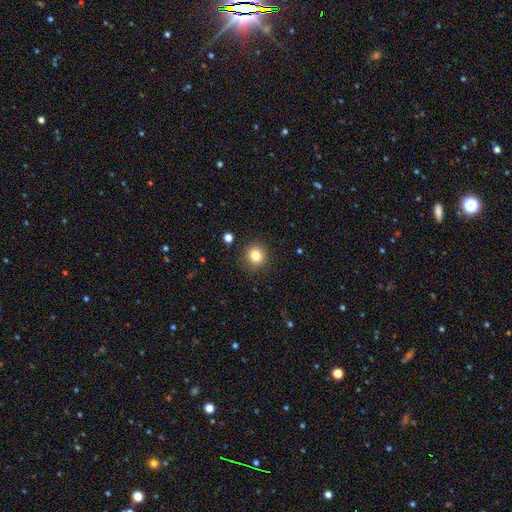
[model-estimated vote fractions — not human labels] Q: Smooth or featured?
A: smooth (82%); runner-up: star or artifact (11%)
Q: How rounded?
A: round (91%); runner-up: in between (9%)
Q: Merging?
A: none (89%); runner-up: minor disturbance (7%)